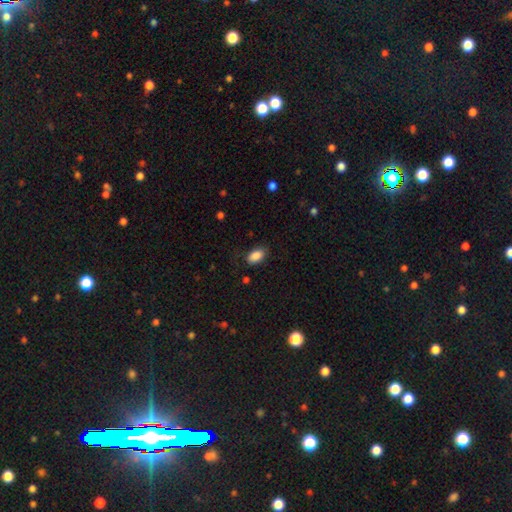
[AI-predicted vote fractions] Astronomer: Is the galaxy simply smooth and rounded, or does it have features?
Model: smooth — 88%.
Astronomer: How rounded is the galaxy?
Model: in between — 92%.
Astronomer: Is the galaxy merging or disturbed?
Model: none — 79%.